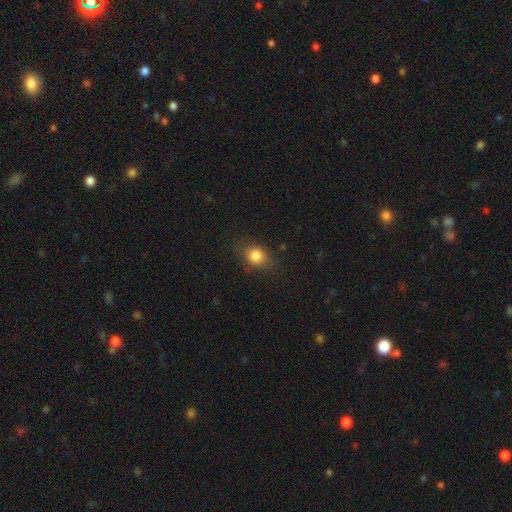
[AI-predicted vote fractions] Smooth or featured: smooth — 82% (star or artifact — 10%)
How rounded: round — 53% (in between — 45%)
Merging: none — 75% (minor disturbance — 18%)